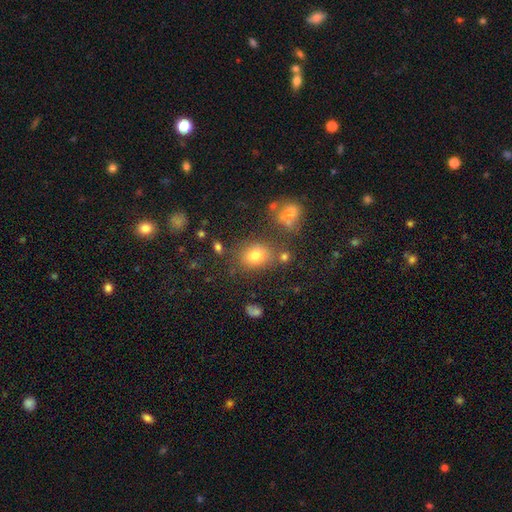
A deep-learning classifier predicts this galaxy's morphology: smooth-or-featured: smooth: 75% | star or artifact: 15% | featured or disk: 10%
  how-rounded: in between: 50% | round: 48% | cigar-shaped: 1%
  merging: none: 71% | minor disturbance: 14% | merger: 9% | major disturbance: 6%